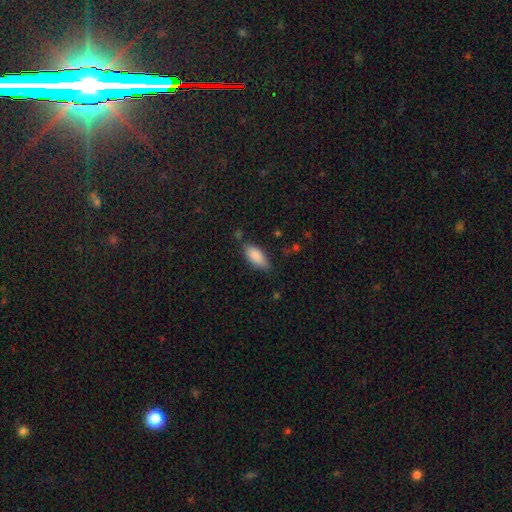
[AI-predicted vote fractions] This appears to be a smooth galaxy with no disk features (87%) that is in between round and cigar-shaped (86%). Merging: none (73%).